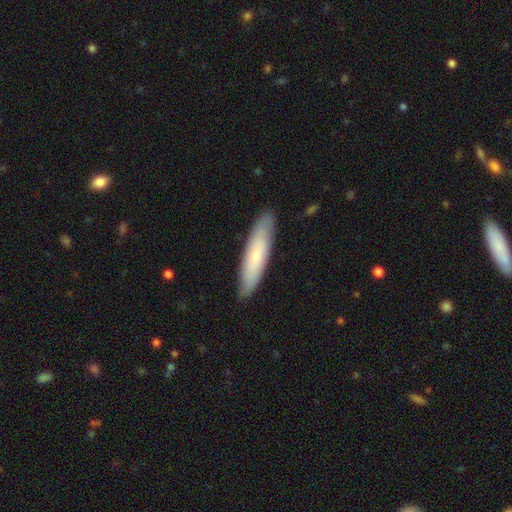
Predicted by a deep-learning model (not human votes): Morphology: type=smooth (63%); roundness=cigar-shaped (76%); merging=none (87%).